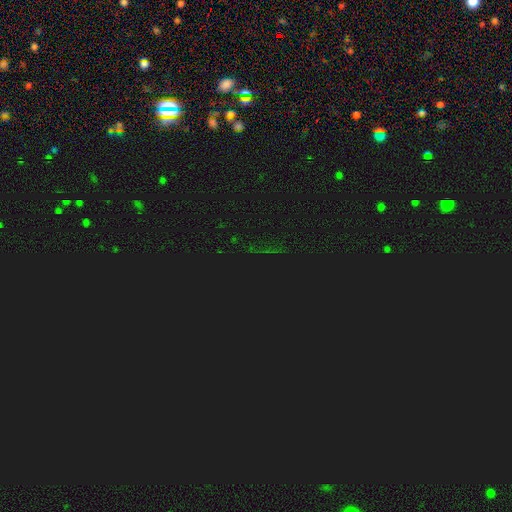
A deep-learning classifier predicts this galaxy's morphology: The model was most divided on "smooth or featured": star or artifact: 82%, smooth: 11%, featured or disk: 7%.